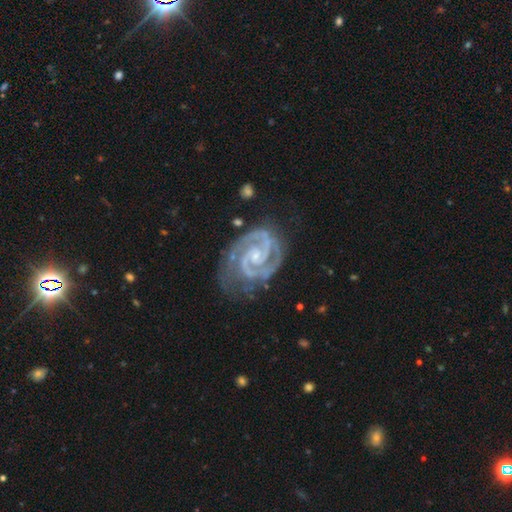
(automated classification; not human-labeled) smooth-or-featured: featured or disk: 94% | star or artifact: 4% | smooth: 2%
  disk-edge-on: no: 98% | yes: 2%
    bar: no: 52% | weak: 35% | strong: 12%
    has-spiral-arms: yes: 99% | no: 1%
      spiral-winding: tight: 64% | medium: 32% | loose: 3%
      spiral-arm-count: 2: 89% | 3: 5% | can't tell: 2% | 4: 1% | 1: 1% | more than 4: 1%
    bulge-size: small: 67% | moderate: 24% | none: 7% | large: 1% | dominant: 1%
  merging: none: 71% | minor disturbance: 20% | major disturbance: 7% | merger: 2%